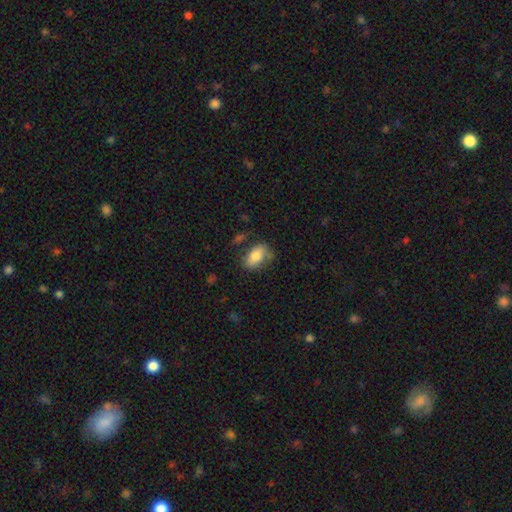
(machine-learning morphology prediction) A smooth galaxy with no disk features (76%) that is in between round and cigar-shaped (89%).

Vote fractions:
- Smooth or featured? smooth: 76% / featured or disk: 17% / star or artifact: 7%
- How rounded? in between: 89% / round: 8% / cigar-shaped: 3%
- Merging? none: 64% / minor disturbance: 23% / major disturbance: 8% / merger: 5%